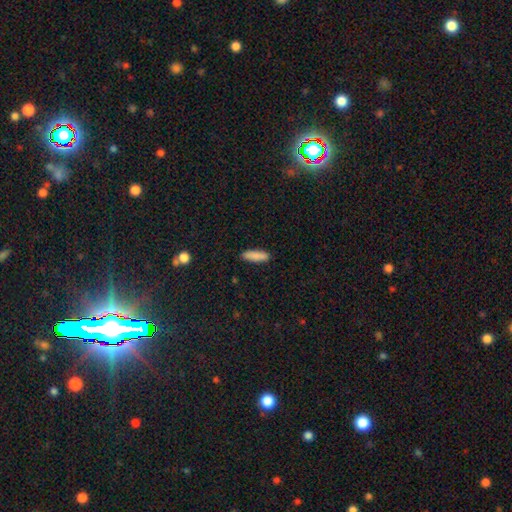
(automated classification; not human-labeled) A smooth galaxy with no disk features (87%) that is cigar-shaped (61%). Merging: none (89%).